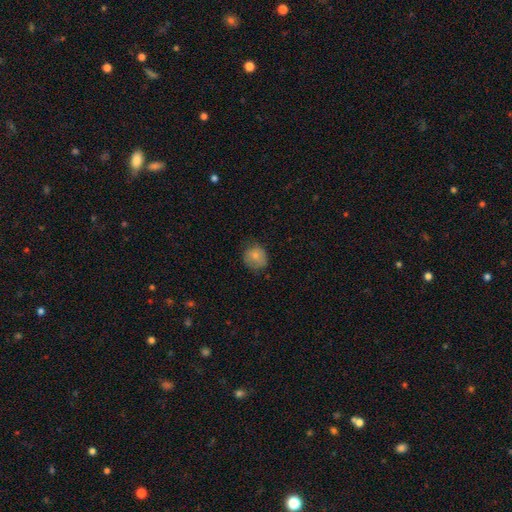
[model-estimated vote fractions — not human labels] smooth-or-featured: smooth: 79% | featured or disk: 12% | star or artifact: 9%
  how-rounded: round: 76% | in between: 23% | cigar-shaped: 1%
  merging: none: 65% | minor disturbance: 26% | major disturbance: 8% | merger: 1%